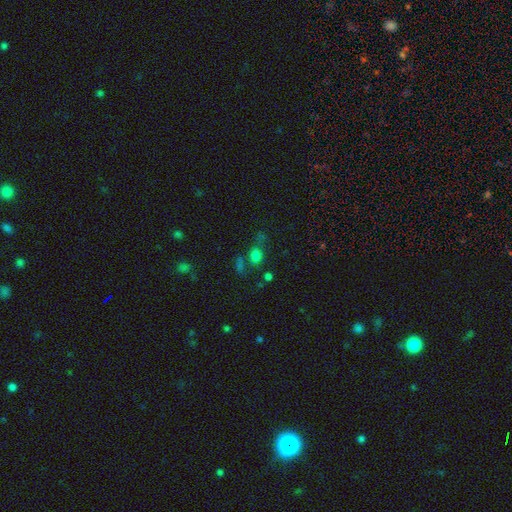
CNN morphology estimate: smooth-or-featured: smooth: 67% | star or artifact: 24% | featured or disk: 9%
  how-rounded: round: 51% | in between: 46% | cigar-shaped: 3%
  merging: none: 56% | merger: 18% | minor disturbance: 15% | major disturbance: 10%